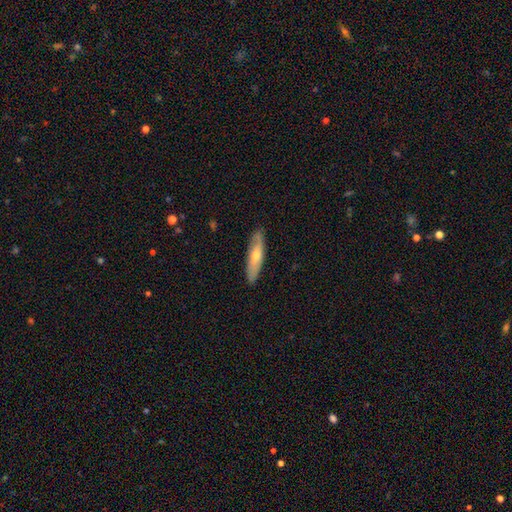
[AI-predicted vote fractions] Smooth or featured?
  - smooth: 52% *
  - featured or disk: 42%
  - star or artifact: 6%
How rounded?
  - cigar-shaped: 75% *
  - in between: 23%
  - round: 2%
Merging?
  - none: 87% *
  - minor disturbance: 10%
  - major disturbance: 2%
  - merger: 1%